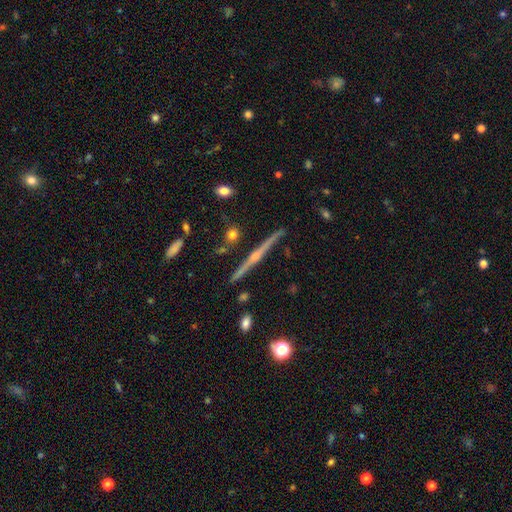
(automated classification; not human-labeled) Overall: featured or disk (84%). Edge-on disk: yes (99%). Edge-on bulge: rounded (83%). Merging: none (91%).